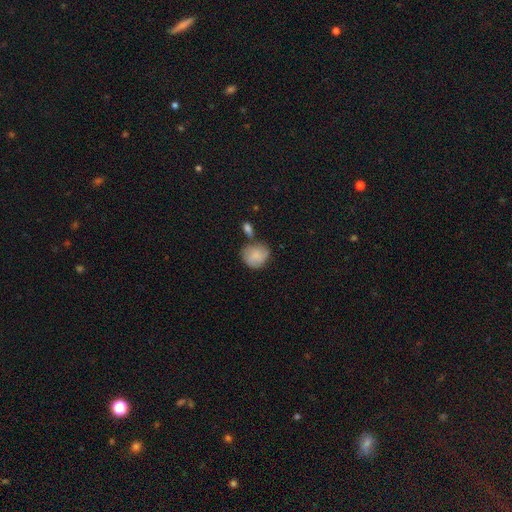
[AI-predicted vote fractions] Smooth or featured? smooth (76%)
How rounded? round (70%)
Merging? none (51%)